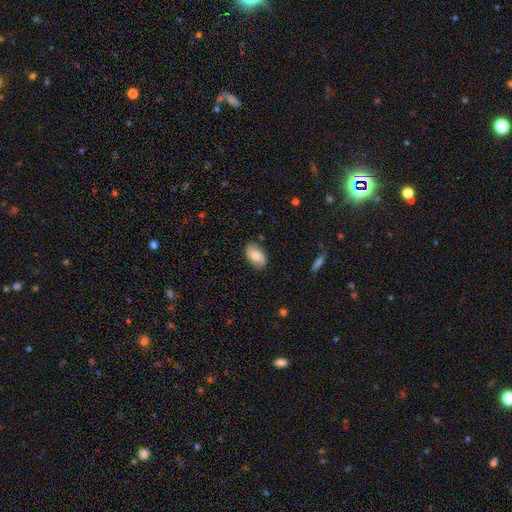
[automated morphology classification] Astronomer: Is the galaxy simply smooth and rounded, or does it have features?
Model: smooth — 70%.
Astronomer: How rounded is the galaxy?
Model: in between — 93%.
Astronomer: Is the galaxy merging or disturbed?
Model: none — 79%.